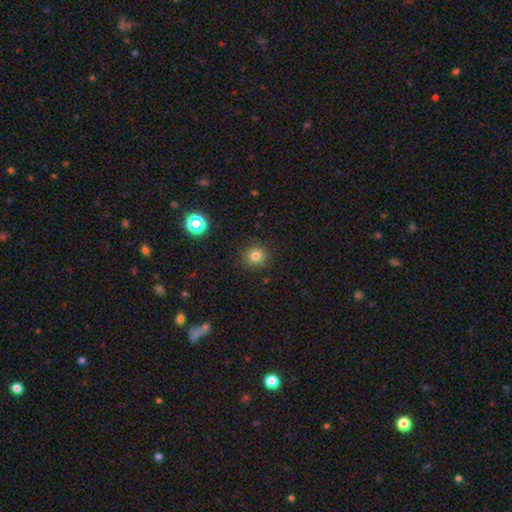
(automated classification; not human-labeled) Smooth or featured: smooth — 78% (star or artifact — 15%)
How rounded: round — 93% (in between — 6%)
Merging: none — 90% (minor disturbance — 6%)